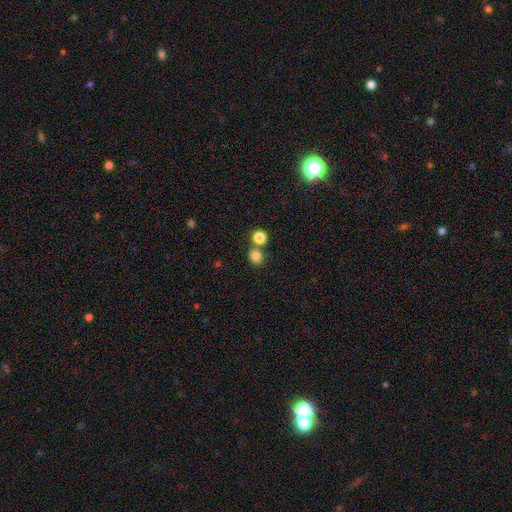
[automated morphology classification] Smooth or featured?
  - smooth: 82% *
  - star or artifact: 13%
  - featured or disk: 5%
How rounded?
  - round: 84% *
  - in between: 15%
  - cigar-shaped: 1%
Merging?
  - none: 65% *
  - merger: 24%
  - minor disturbance: 8%
  - major disturbance: 3%